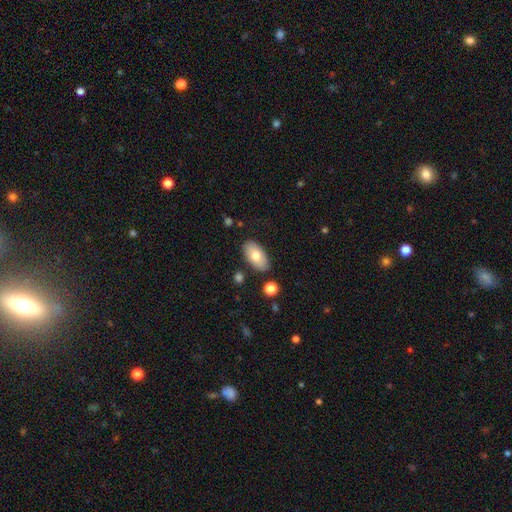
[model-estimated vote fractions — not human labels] Smooth or featured: smooth — 74% (featured or disk — 20%)
How rounded: in between — 94% (round — 4%)
Merging: none — 84% (minor disturbance — 11%)